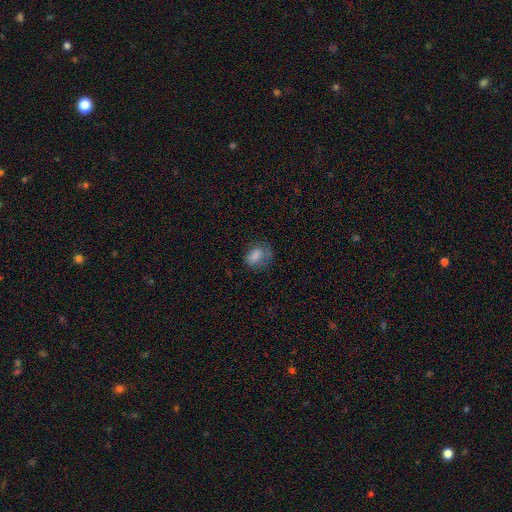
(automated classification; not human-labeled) This is likely a smooth galaxy (77%). How rounded: likely in between (71%). Merging: possibly none (53%).